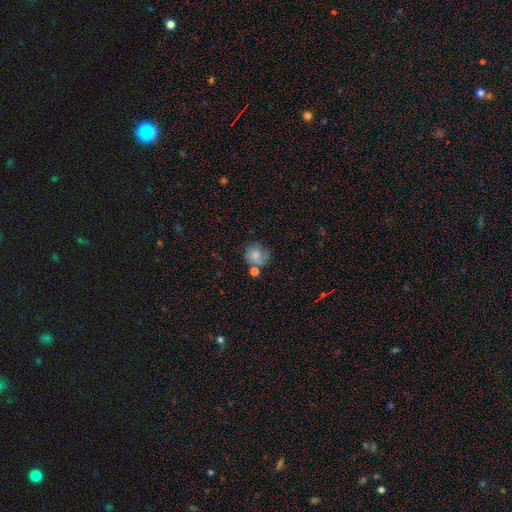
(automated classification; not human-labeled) Overall: smooth (74%). How rounded: round (84%). Merging: none (56%; minor disturbance 20%).